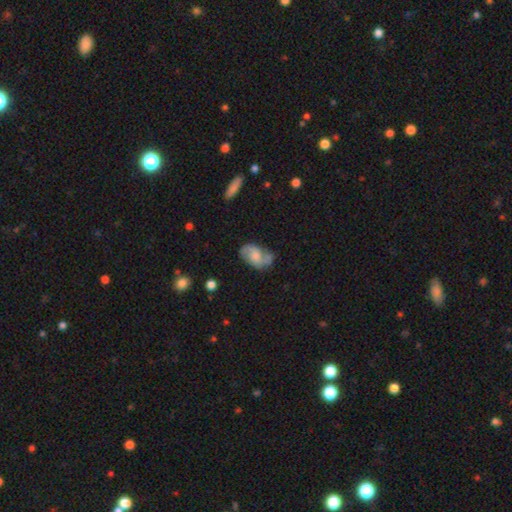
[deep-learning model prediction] Morphology: type=featured or disk (62%); edge-on=no (96%); bar=no (63%); spiral arms=yes (87%); winding=medium (45%); arm count=2 (84%); bulge=small (42%); merging=none (56%).